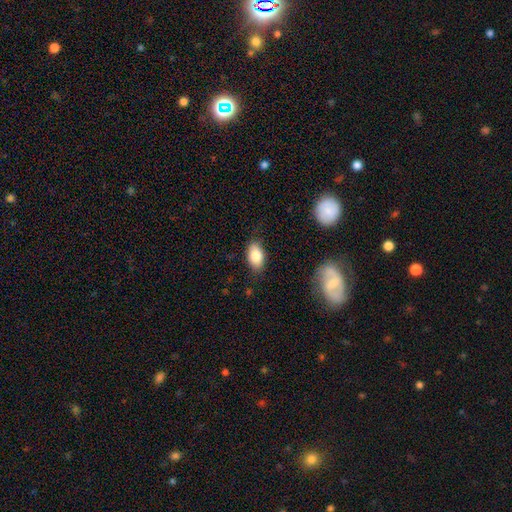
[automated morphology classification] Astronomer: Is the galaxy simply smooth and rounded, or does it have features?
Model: smooth — 84%.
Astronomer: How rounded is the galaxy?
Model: in between — 91%.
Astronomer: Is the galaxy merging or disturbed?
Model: none — 82%.